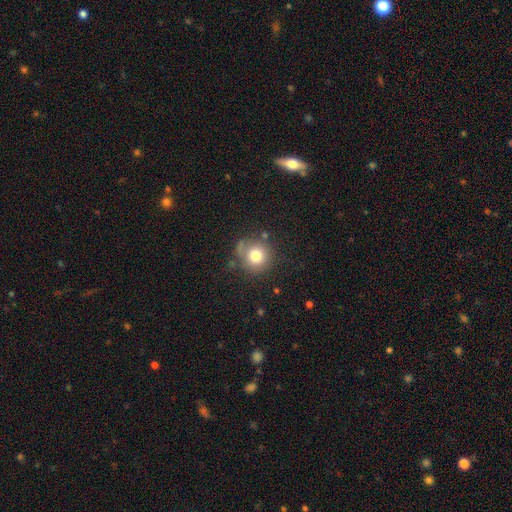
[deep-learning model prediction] Q: Smooth or featured?
A: smooth (77%); runner-up: featured or disk (11%)
Q: How rounded?
A: round (91%); runner-up: in between (9%)
Q: Merging?
A: none (69%); runner-up: minor disturbance (18%)